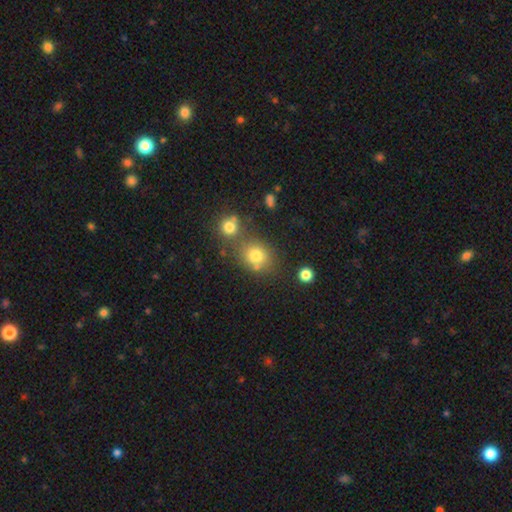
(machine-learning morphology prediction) This is likely a smooth galaxy (76%). How rounded: likely round (69%). Merging: possibly none (60%).